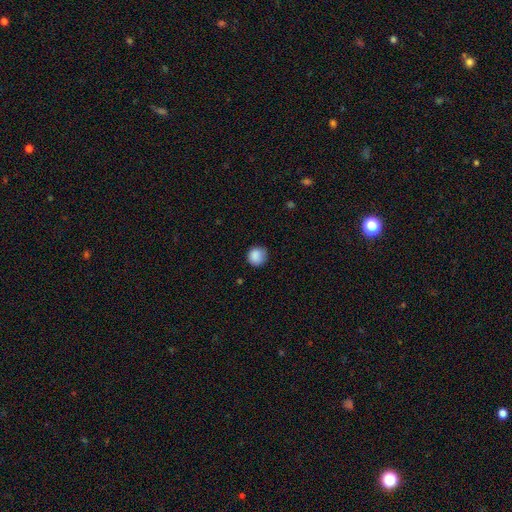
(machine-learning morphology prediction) Smooth or featured? smooth (88%)
How rounded? round (89%)
Merging? none (78%)